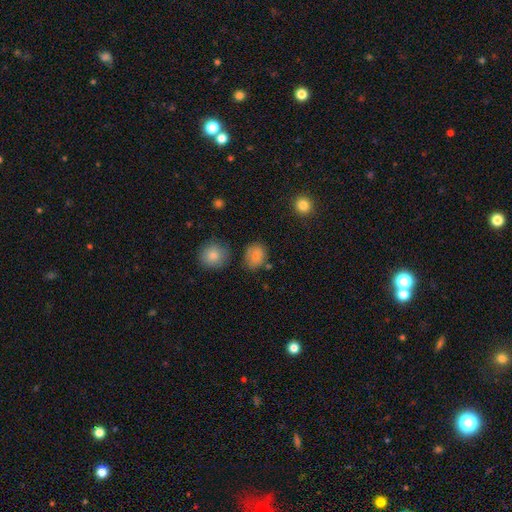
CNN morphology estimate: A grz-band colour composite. It shows a smooth galaxy with no disk features (80%) that is round (51%). Merging: none (70%).